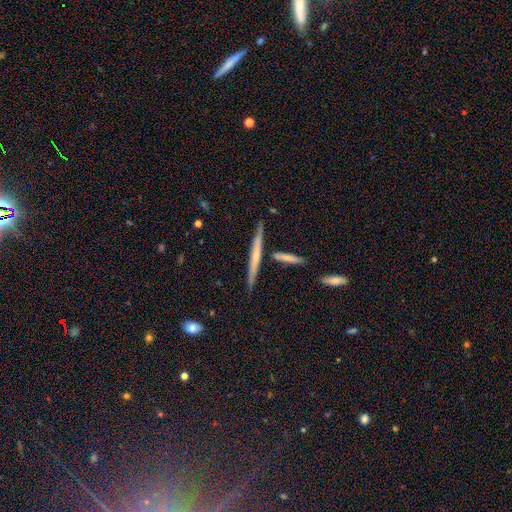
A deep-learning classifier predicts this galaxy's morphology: A featured or disk galaxy (61%) viewed edge-on (96%) with no central bulge (54%).

Vote fractions:
- Smooth or featured? featured or disk: 61% / smooth: 32% / star or artifact: 7%
- Edge-on disk? yes: 96% / no: 4%
- Edge-on bulge? none: 54% / rounded: 38% / boxy: 7%
- Merging? none: 80% / minor disturbance: 10% / merger: 8% / major disturbance: 2%